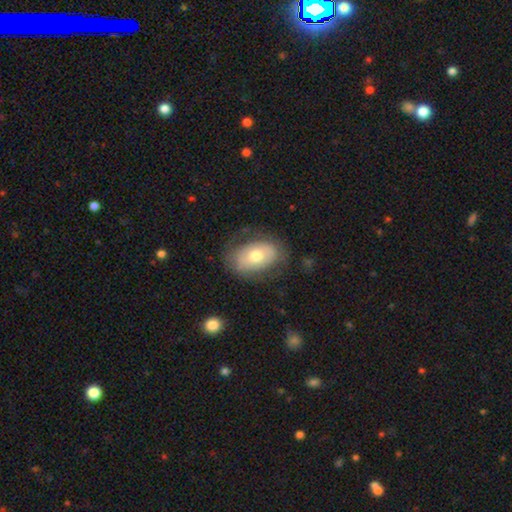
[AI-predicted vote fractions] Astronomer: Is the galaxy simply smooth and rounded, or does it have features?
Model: smooth — 57% (runner-up: featured or disk, 36%).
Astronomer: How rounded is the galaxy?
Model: in between — 83%.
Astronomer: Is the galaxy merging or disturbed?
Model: none — 69%.